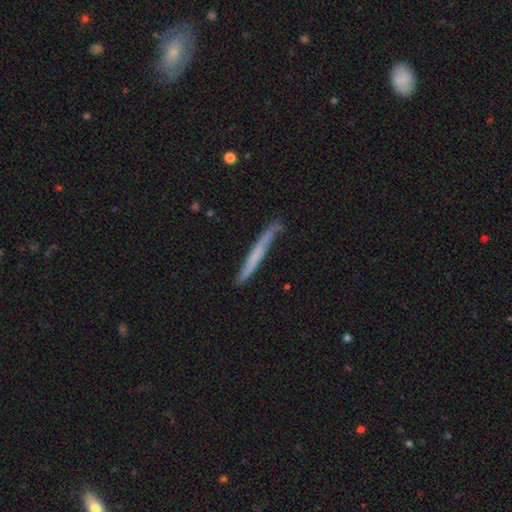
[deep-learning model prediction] A smooth galaxy with no disk features (51%) that is cigar-shaped (97%).

Vote fractions:
- Smooth or featured? smooth: 51% / featured or disk: 43% / star or artifact: 6%
- How rounded? cigar-shaped: 97% / in between: 2% / round: 1%
- Merging? none: 73% / minor disturbance: 21% / major disturbance: 4% / merger: 2%